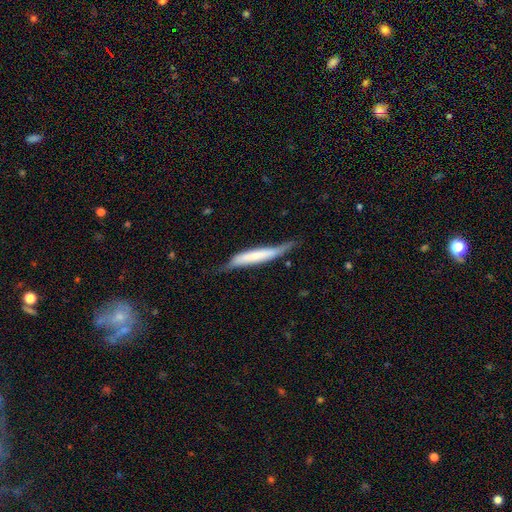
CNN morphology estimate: Smooth or featured? Predicted: smooth (p=0.50). How rounded? Predicted: cigar-shaped (p=0.91). Merging? Predicted: none (p=0.52).